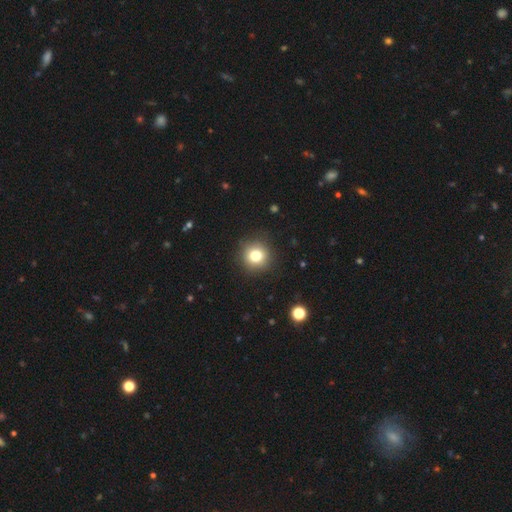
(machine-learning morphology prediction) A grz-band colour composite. It shows a smooth galaxy with no disk features (79%) that is round (94%). Merging: none (90%).